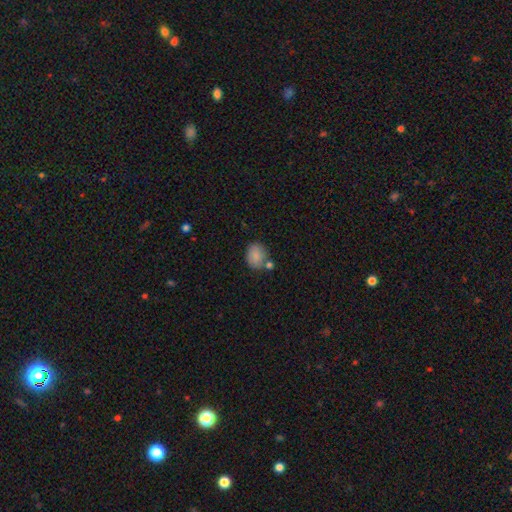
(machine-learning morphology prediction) This appears to be a smooth galaxy with no disk features (84%) that is in between round and cigar-shaped (56%). Merging: none (67%).